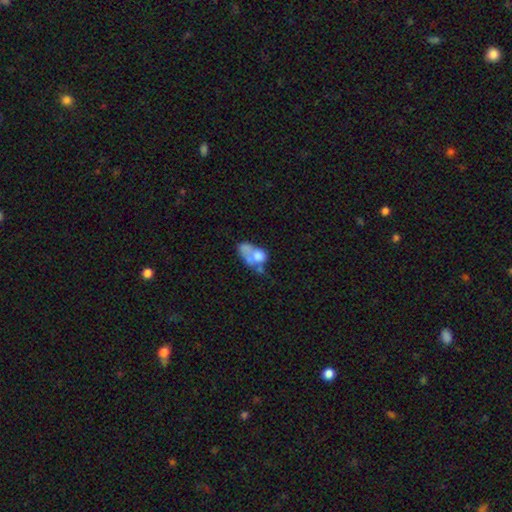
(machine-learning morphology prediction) smooth-or-featured: smooth: 55% | featured or disk: 35% | star or artifact: 11%
  how-rounded: in between: 78% | round: 19% | cigar-shaped: 3%
  merging: merger: 41% | major disturbance: 25% | none: 18% | minor disturbance: 15%